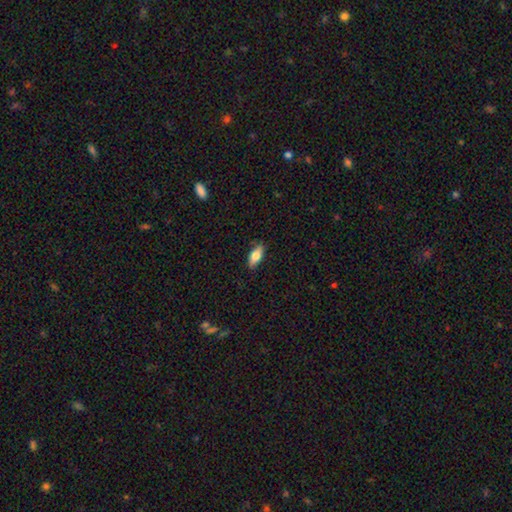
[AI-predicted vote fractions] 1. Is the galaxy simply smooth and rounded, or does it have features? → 75% smooth, 19% featured or disk, 6% star or artifact.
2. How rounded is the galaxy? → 78% in between, 19% cigar-shaped, 3% round.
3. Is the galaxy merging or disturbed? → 85% none, 12% minor disturbance, 2% major disturbance, 1% merger.